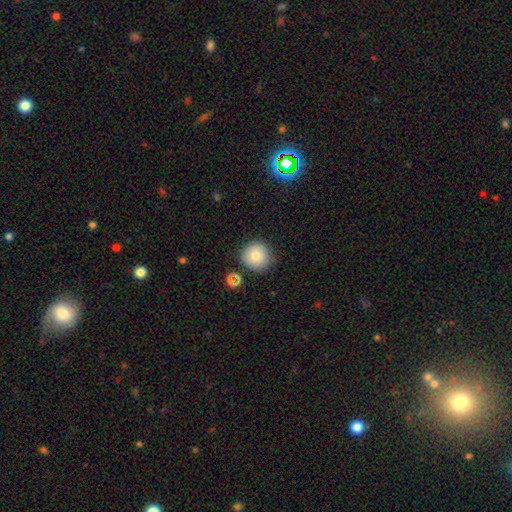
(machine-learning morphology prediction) Q: Smooth or featured?
A: smooth (82%); runner-up: star or artifact (10%)
Q: How rounded?
A: round (94%); runner-up: in between (5%)
Q: Merging?
A: none (83%); runner-up: minor disturbance (10%)